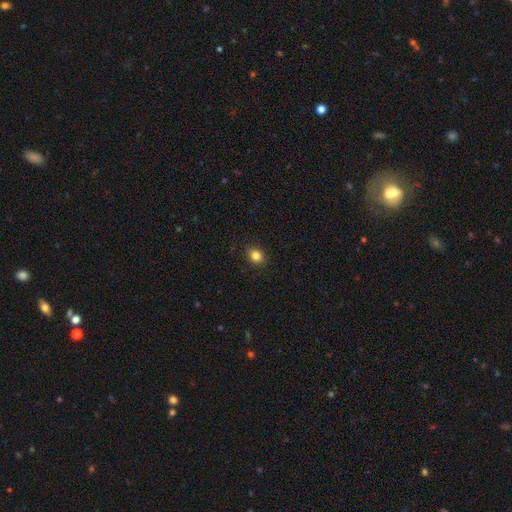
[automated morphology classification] smooth_or_featured: smooth (p=0.84) [alt: star or artifact p=0.11]
how_rounded: round (p=0.63) [alt: in between p=0.37]
merging: none (p=0.90) [alt: minor disturbance p=0.07]